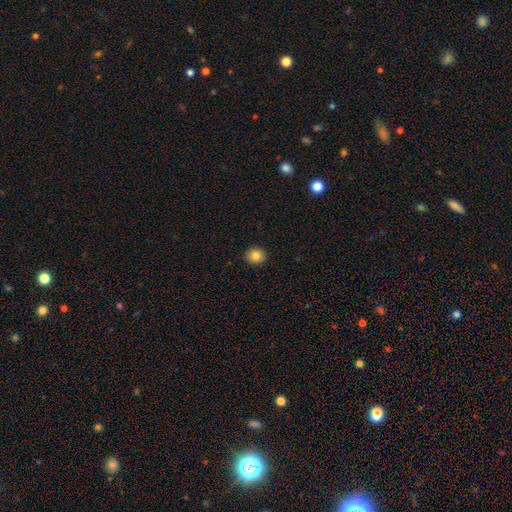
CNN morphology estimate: A smooth galaxy with no disk features (83%) that is round (75%). Merging: none (91%).